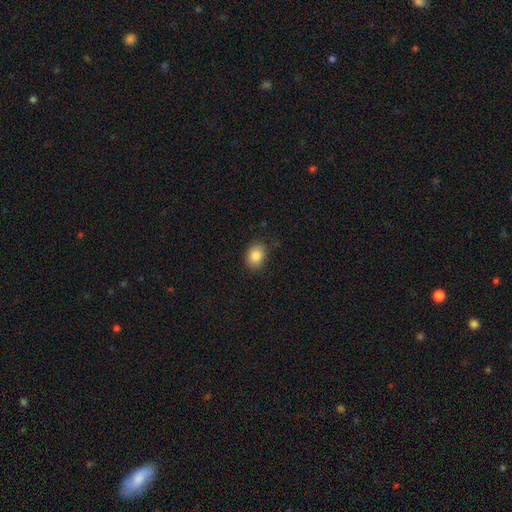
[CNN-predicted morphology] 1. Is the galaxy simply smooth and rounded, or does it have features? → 85% smooth, 9% star or artifact, 6% featured or disk.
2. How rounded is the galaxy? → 63% in between, 36% round, 1% cigar-shaped.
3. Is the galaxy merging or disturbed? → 82% none, 14% minor disturbance, 3% major disturbance, 1% merger.